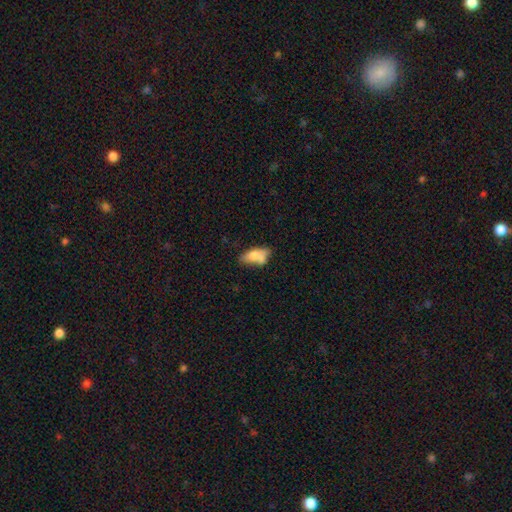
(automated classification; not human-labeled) Q: Smooth or featured?
A: smooth (70%); runner-up: featured or disk (22%)
Q: How rounded?
A: in between (85%); runner-up: cigar-shaped (10%)
Q: Merging?
A: none (36%); runner-up: merger (29%)